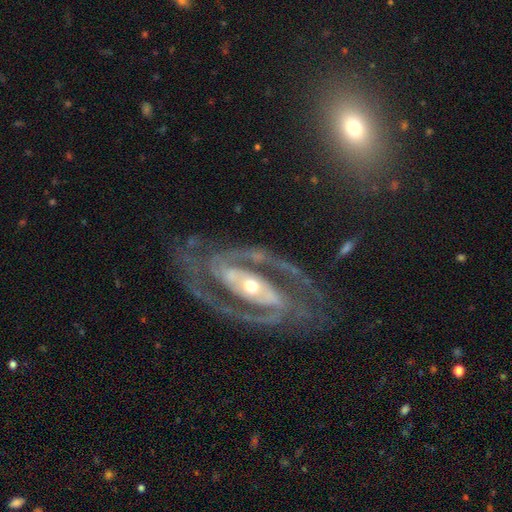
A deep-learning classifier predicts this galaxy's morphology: featured or disk 92%, star or artifact 5%, smooth 3%. Down the decision tree: edge-on disk — no (97%); bar — strong (44%); spiral arms — yes (98%); spiral arm count — 2 (91%); spiral winding — medium (50%); bulge size — moderate (54%); merging — none (76%).